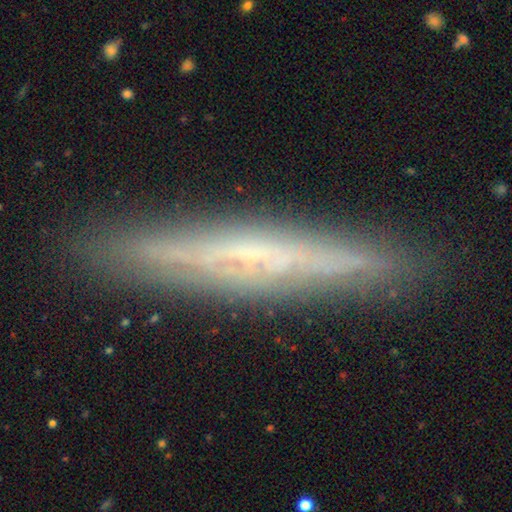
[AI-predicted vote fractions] Smooth or featured? featured or disk (73%)
Edge-on disk? yes (95%)
Edge-on bulge? none (69%)
Merging? none (89%)